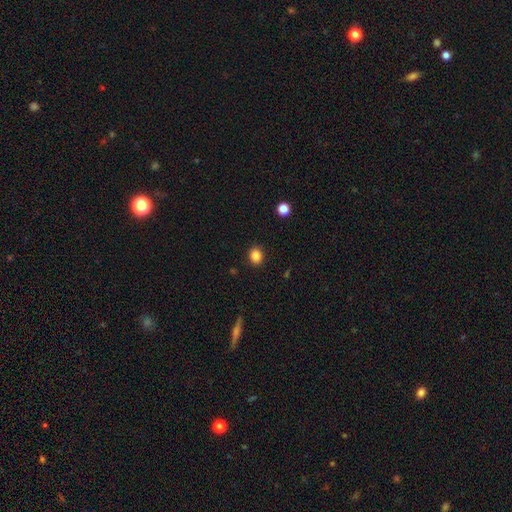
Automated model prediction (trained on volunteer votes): This is clearly a smooth galaxy (86%). How rounded: likely round (66%). Merging: clearly none (90%).